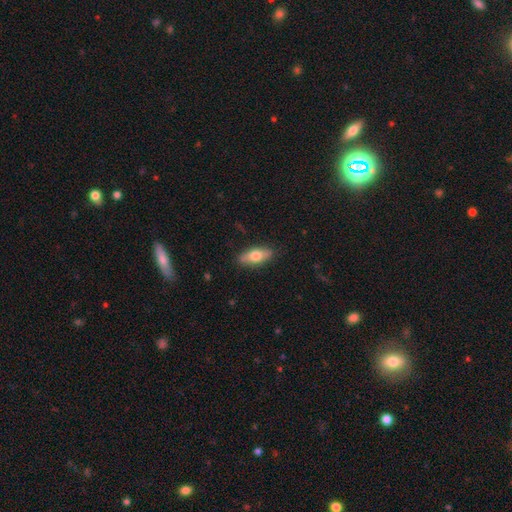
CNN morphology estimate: This appears to be a smooth galaxy with no disk features (68%) that is in between round and cigar-shaped (76%). Merging: none (86%).